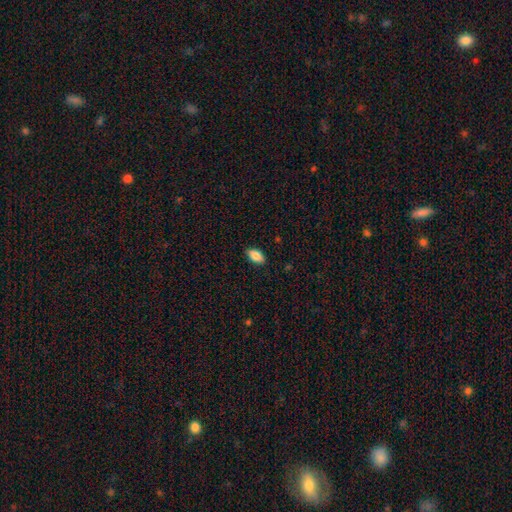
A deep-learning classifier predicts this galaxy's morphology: smooth 85%, featured or disk 8%, star or artifact 7%. Down the decision tree: how rounded — in between (91%); merging — none (86%).